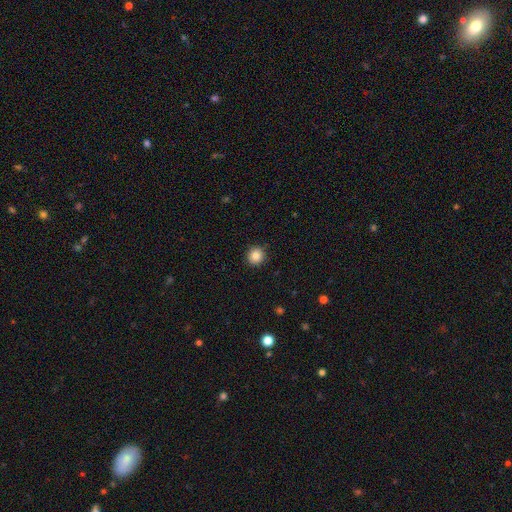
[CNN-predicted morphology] Q: Smooth or featured?
A: smooth (85%); runner-up: star or artifact (10%)
Q: How rounded?
A: round (92%); runner-up: in between (7%)
Q: Merging?
A: none (91%); runner-up: minor disturbance (7%)